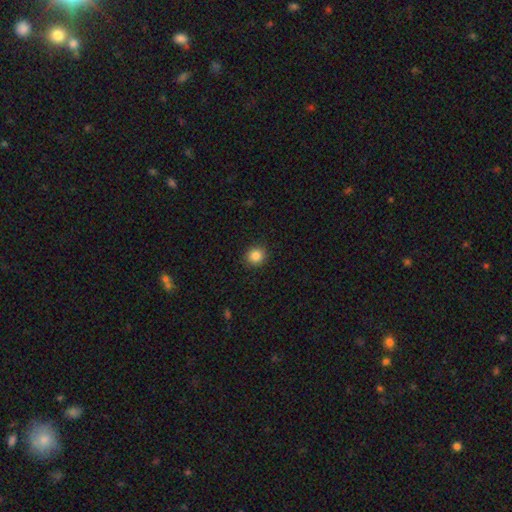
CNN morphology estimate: smooth 86%, star or artifact 10%, featured or disk 4%. Down the decision tree: how rounded — round (88%); merging — none (91%).